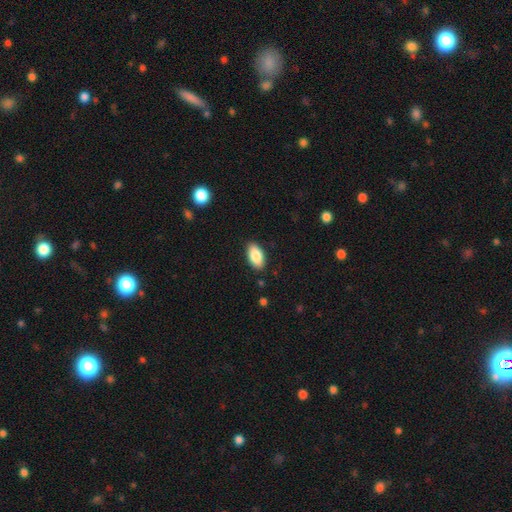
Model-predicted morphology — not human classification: A smooth galaxy with no disk features (86%) that is in between round and cigar-shaped (93%). Merging: none (88%).